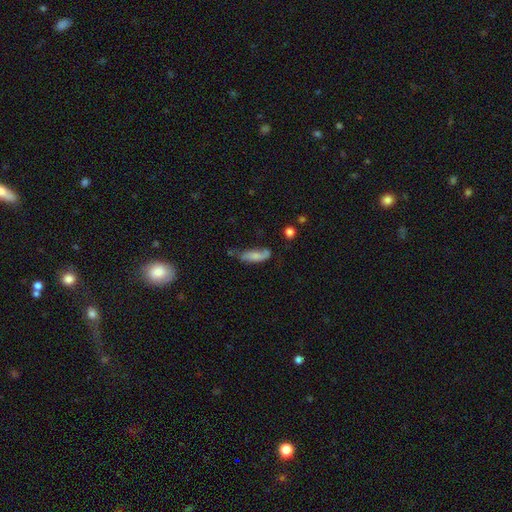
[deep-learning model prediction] Smooth or featured? Predicted: smooth (p=0.64). How rounded? Predicted: in between (p=0.56). Merging? Predicted: none (p=0.41).